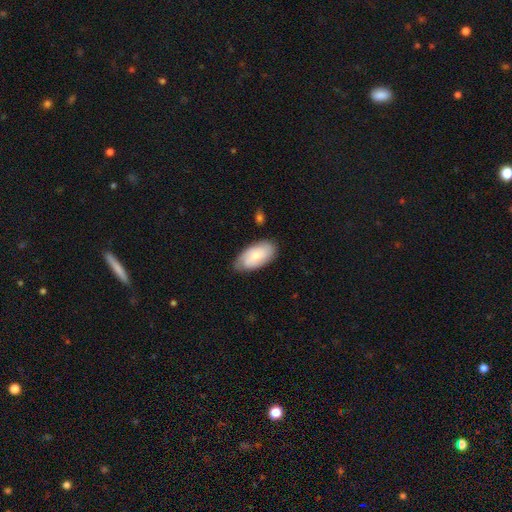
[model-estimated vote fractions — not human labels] A smooth galaxy with no disk features (65%) that is in between round and cigar-shaped (94%).

Vote fractions:
- Smooth or featured? smooth: 65% / featured or disk: 29% / star or artifact: 6%
- How rounded? in between: 94% / round: 3% / cigar-shaped: 3%
- Merging? none: 73% / minor disturbance: 22% / major disturbance: 4% / merger: 2%